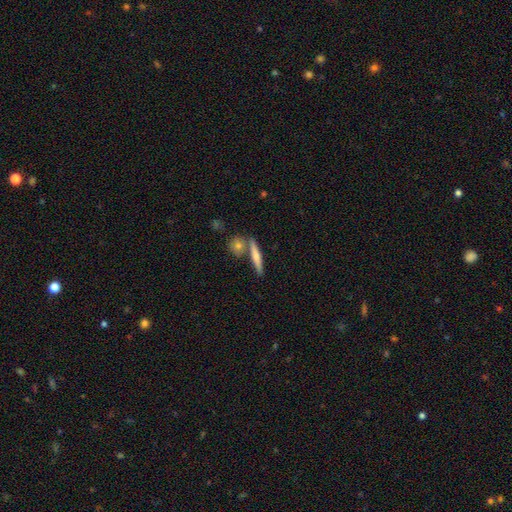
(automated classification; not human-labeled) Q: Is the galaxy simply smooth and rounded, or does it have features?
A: smooth — 54%.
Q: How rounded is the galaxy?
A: cigar-shaped — 88%.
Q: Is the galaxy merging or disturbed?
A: none — 73%.